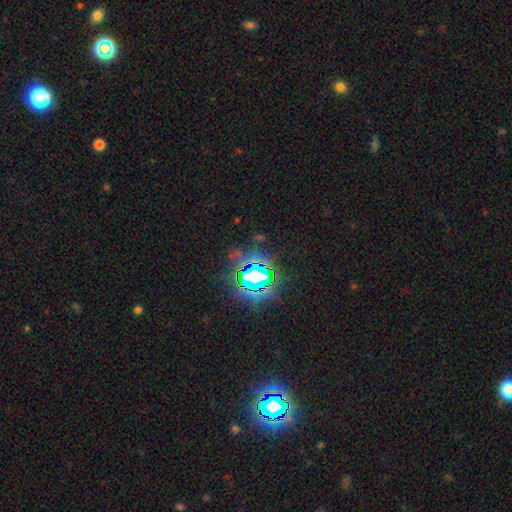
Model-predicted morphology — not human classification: Overall: star or artifact (80%).